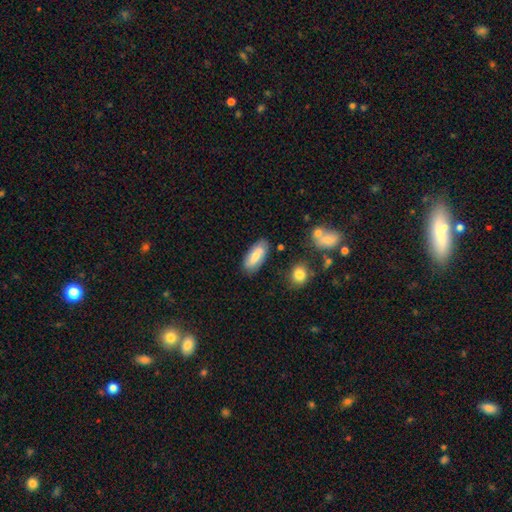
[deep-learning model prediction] smooth_or_featured: smooth (p=0.72) [alt: featured or disk p=0.21]
how_rounded: in between (p=0.82) [alt: cigar-shaped p=0.16]
merging: none (p=0.82) [alt: minor disturbance p=0.13]